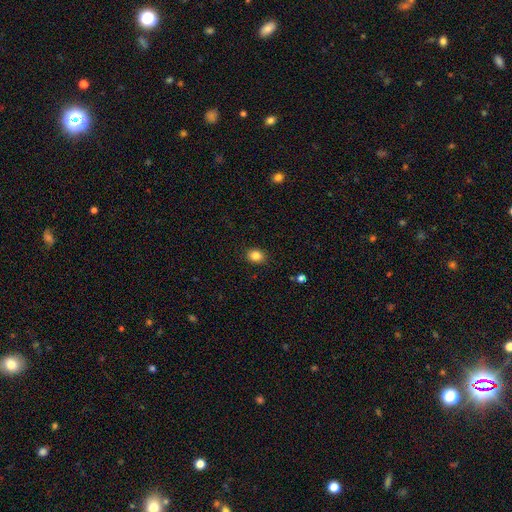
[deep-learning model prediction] smooth 85%, star or artifact 10%, featured or disk 5%. Down the decision tree: how rounded — in between (51%); merging — none (89%).